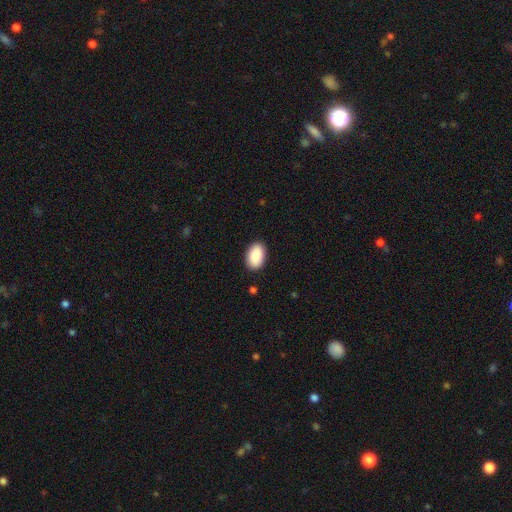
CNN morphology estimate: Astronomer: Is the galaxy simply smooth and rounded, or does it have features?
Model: smooth — 90%.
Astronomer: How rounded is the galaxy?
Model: in between — 92%.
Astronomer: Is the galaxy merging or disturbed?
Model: none — 89%.